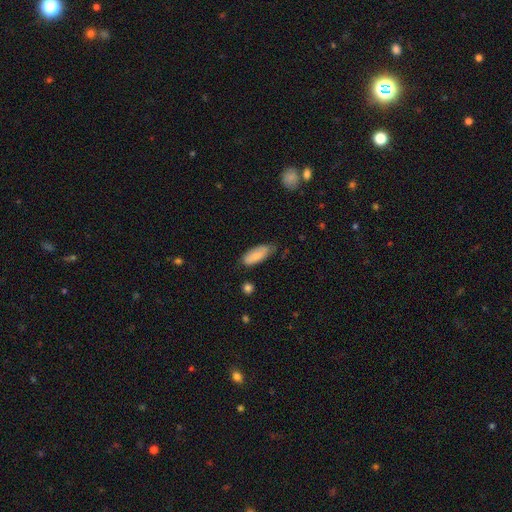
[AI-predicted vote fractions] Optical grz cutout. It shows a smooth galaxy with no disk features (83%) that is in between round and cigar-shaped (79%). Merging: none (68%).